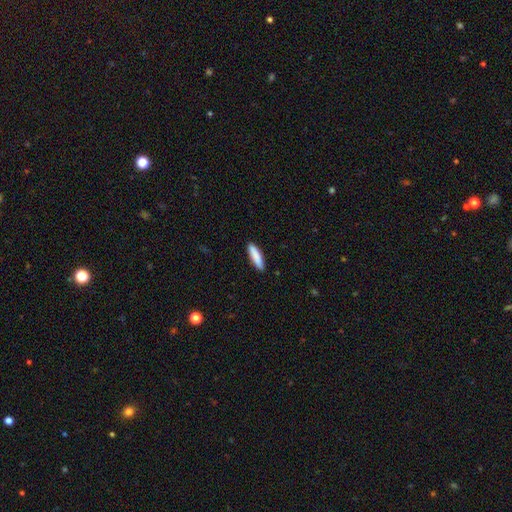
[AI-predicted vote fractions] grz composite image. It shows a smooth galaxy with no disk features (87%) that is cigar-shaped (77%). Merging: none (90%).